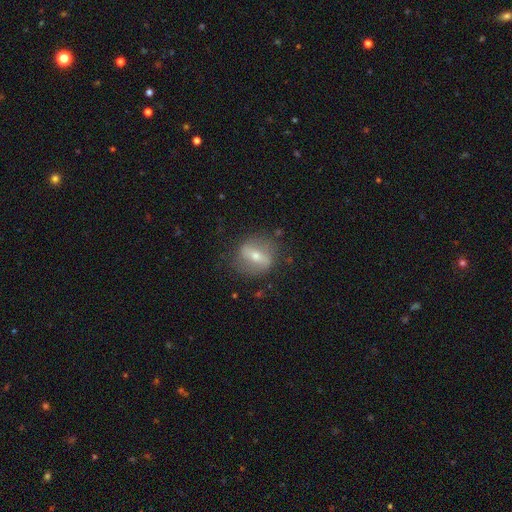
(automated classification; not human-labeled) This is possibly a featured or disk galaxy (60%). It is likely not viewed edge-on (79%). Merging: likely none (78%).